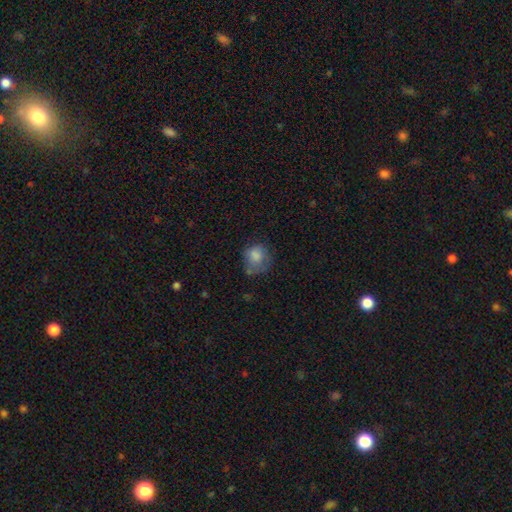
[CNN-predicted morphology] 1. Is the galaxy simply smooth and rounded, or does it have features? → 77% smooth, 14% featured or disk, 9% star or artifact.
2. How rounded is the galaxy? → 69% round, 30% in between, 1% cigar-shaped.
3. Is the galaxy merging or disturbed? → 46% none, 30% minor disturbance, 19% major disturbance, 5% merger.